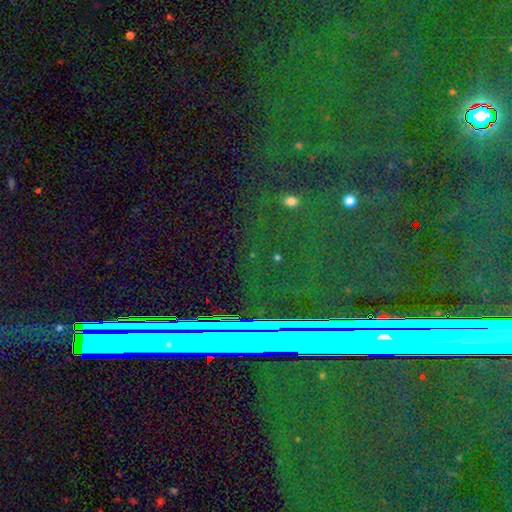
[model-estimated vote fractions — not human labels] This appears to be a star or artifact, not a galaxy (79%).